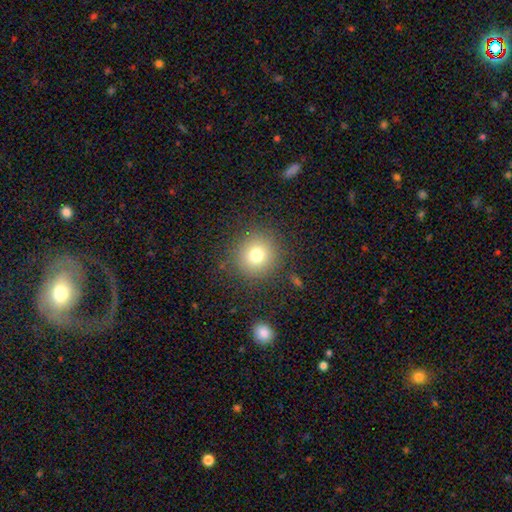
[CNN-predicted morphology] This appears to be a smooth galaxy with no disk features (62%) that is round (94%). Merging: none (88%).